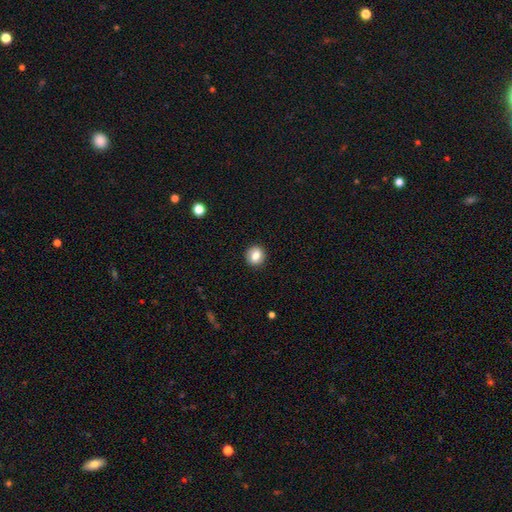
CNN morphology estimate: type=smooth (82%); roundness=round (88%); merging=none (91%).